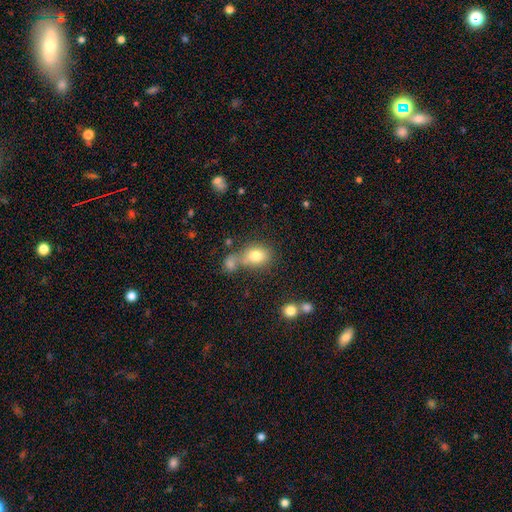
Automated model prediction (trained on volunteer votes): Smooth or featured? smooth (79%)
How rounded? in between (51%)
Merging? none (44%)